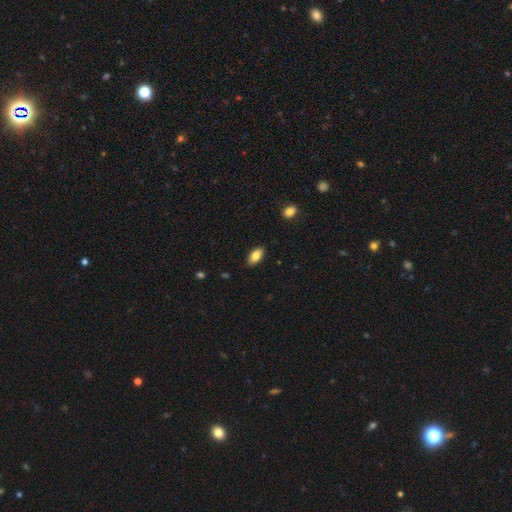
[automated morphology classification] A smooth galaxy with no disk features (84%) that is in between round and cigar-shaped (92%).

Vote fractions:
- Smooth or featured? smooth: 84% / featured or disk: 9% / star or artifact: 7%
- How rounded? in between: 92% / cigar-shaped: 5% / round: 3%
- Merging? none: 87% / minor disturbance: 9% / major disturbance: 2% / merger: 1%